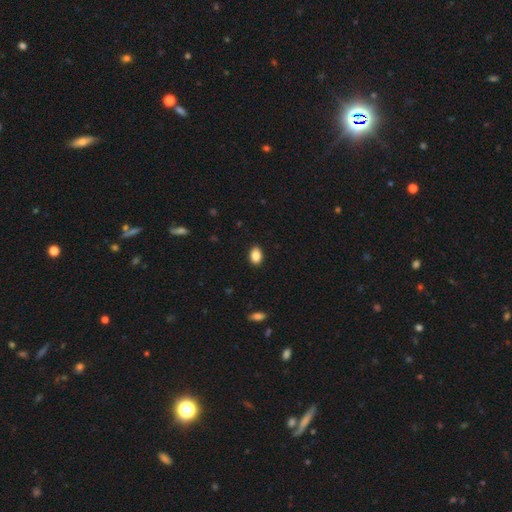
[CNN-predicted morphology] Smooth or featured?
  - smooth: 88% *
  - star or artifact: 8%
  - featured or disk: 4%
How rounded?
  - in between: 82% *
  - round: 17%
  - cigar-shaped: 1%
Merging?
  - none: 90% *
  - minor disturbance: 7%
  - major disturbance: 2%
  - merger: 1%